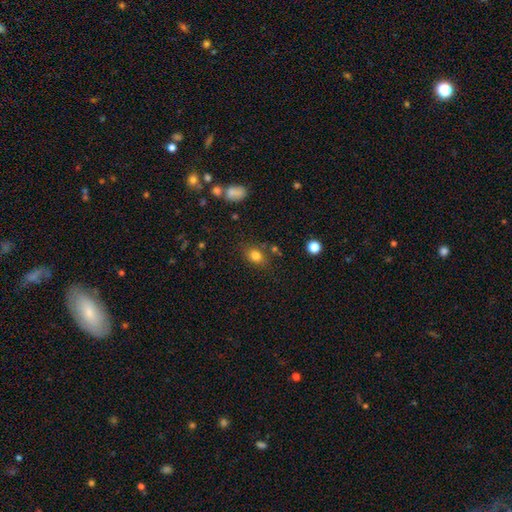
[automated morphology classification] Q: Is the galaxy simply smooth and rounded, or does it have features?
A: smooth — 80%.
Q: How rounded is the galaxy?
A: in between — 54%.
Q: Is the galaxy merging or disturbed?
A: none — 74%.